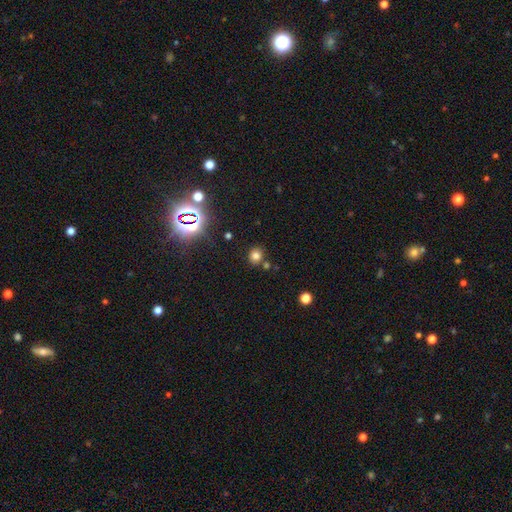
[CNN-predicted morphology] smooth 74%, star or artifact 19%, featured or disk 7%. Down the decision tree: how rounded — round (78%); merging — none (78%).